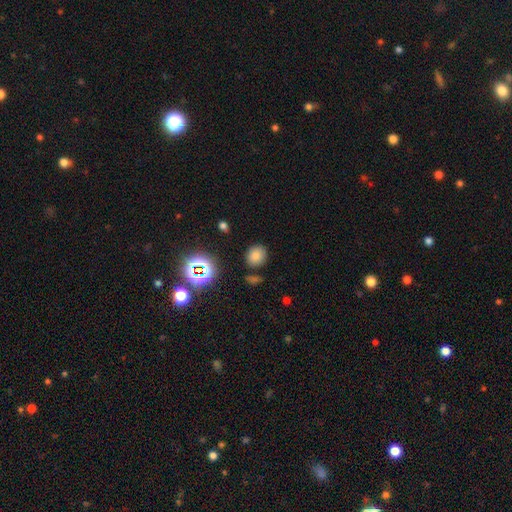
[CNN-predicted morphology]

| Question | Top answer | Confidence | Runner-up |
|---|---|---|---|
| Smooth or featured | smooth | 74% | star or artifact (19%) |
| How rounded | round | 66% | in between (33%) |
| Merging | none | 82% | minor disturbance (10%) |